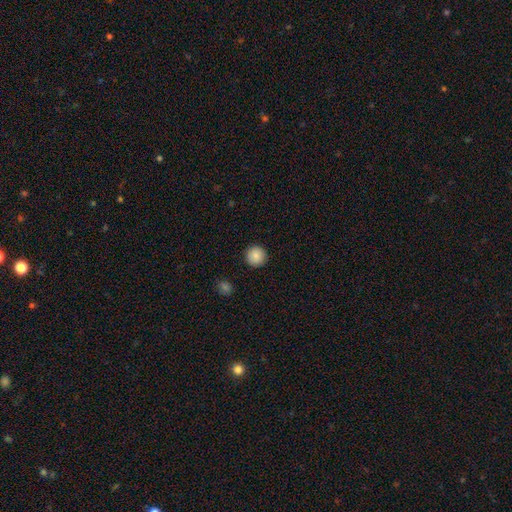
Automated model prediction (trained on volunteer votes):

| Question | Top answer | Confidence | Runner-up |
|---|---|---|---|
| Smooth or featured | smooth | 87% | star or artifact (8%) |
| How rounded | round | 96% | in between (3%) |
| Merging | none | 93% | minor disturbance (5%) |